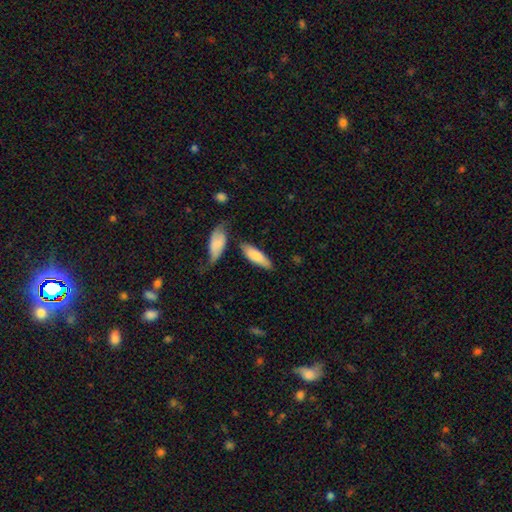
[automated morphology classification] Smooth or featured?
  - smooth: 80% *
  - featured or disk: 15%
  - star or artifact: 5%
How rounded?
  - in between: 51% *
  - cigar-shaped: 47%
  - round: 2%
Merging?
  - none: 67% *
  - minor disturbance: 19%
  - merger: 10%
  - major disturbance: 5%